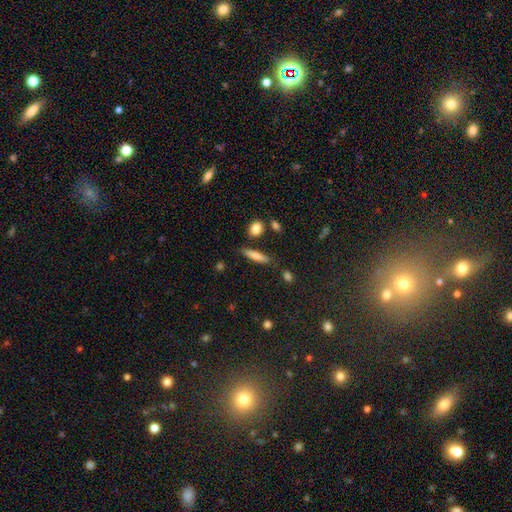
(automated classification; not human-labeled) The model was most divided on "smooth or featured": smooth: 74%, featured or disk: 19%, star or artifact: 7%. More confident: how rounded — cigar-shaped (81%); merging — none (80%).